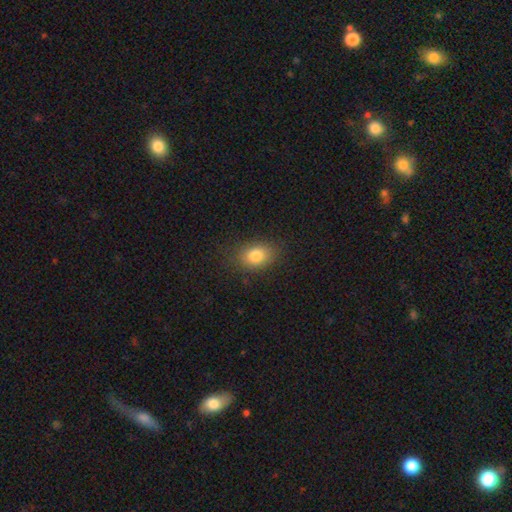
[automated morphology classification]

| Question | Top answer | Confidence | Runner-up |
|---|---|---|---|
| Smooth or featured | smooth | 81% | star or artifact (10%) |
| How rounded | in between | 72% | round (27%) |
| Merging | none | 82% | minor disturbance (13%) |